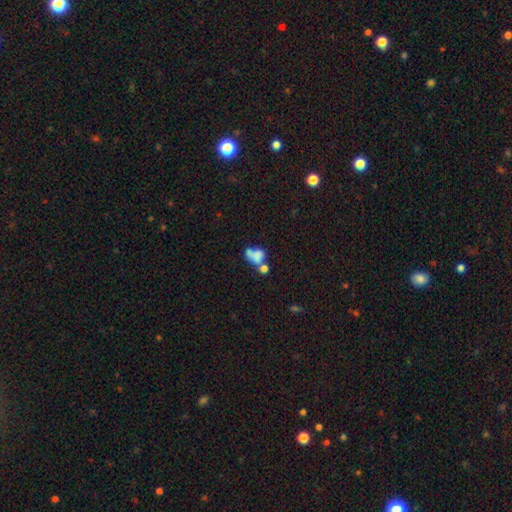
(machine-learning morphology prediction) A smooth galaxy with no disk features (63%) that is in between round and cigar-shaped (74%). Merging: merger (51%).